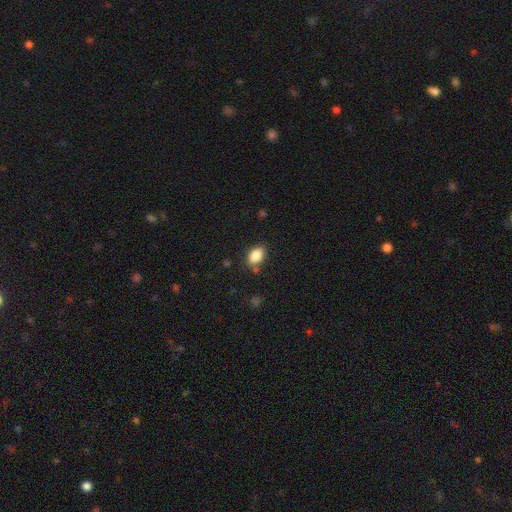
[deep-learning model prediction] Morphology: type=smooth (86%); roundness=in between (87%); merging=none (81%).